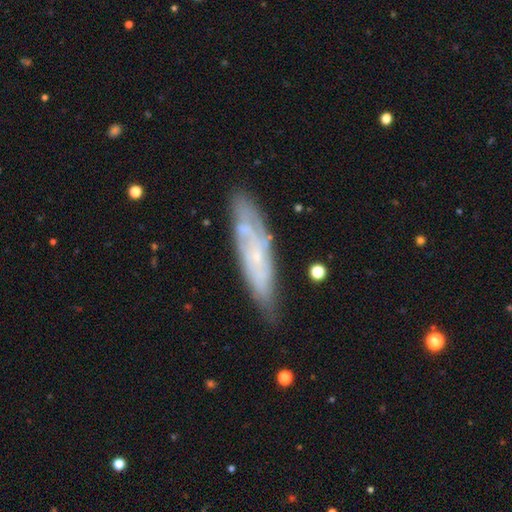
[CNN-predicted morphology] A featured or disk galaxy (61%). Merging: none (71%).